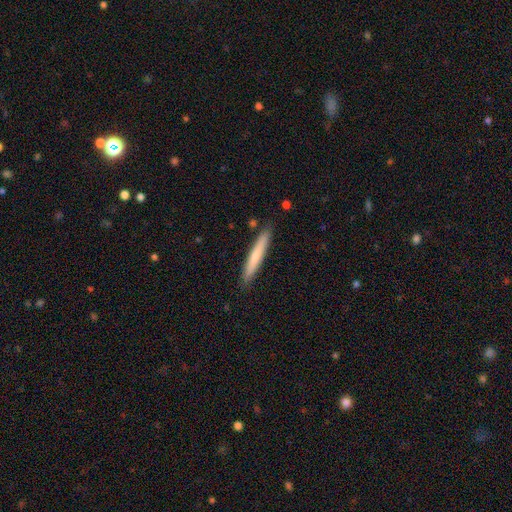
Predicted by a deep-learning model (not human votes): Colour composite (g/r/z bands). It shows a smooth galaxy with no disk features (71%) that is cigar-shaped (96%). Merging: none (89%).